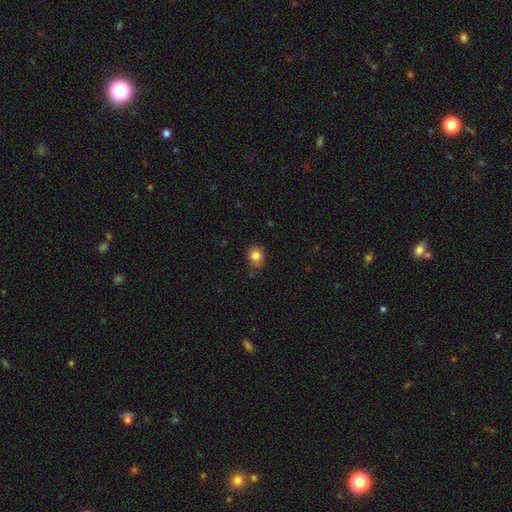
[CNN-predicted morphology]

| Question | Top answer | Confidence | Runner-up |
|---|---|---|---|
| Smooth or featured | smooth | 84% | star or artifact (10%) |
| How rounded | round | 66% | in between (33%) |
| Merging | none | 81% | minor disturbance (14%) |